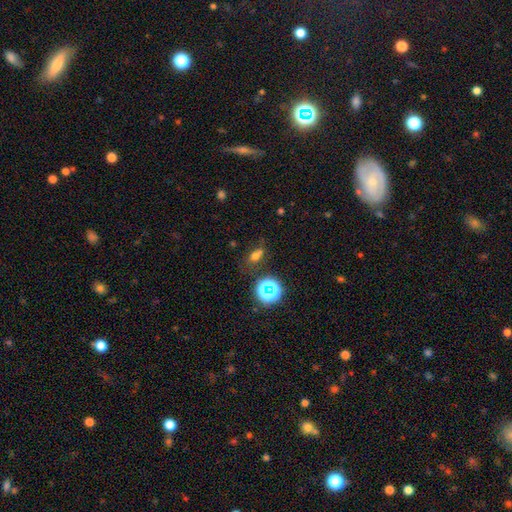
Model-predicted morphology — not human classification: This appears to be a smooth galaxy with no disk features (62%) that is in between round and cigar-shaped (68%). Merging: none (62%).